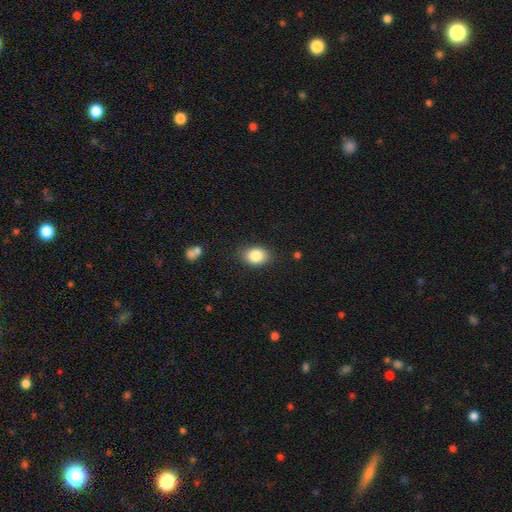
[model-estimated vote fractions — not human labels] smooth 85%, star or artifact 8%, featured or disk 7%. Down the decision tree: how rounded — in between (74%); merging — none (85%).